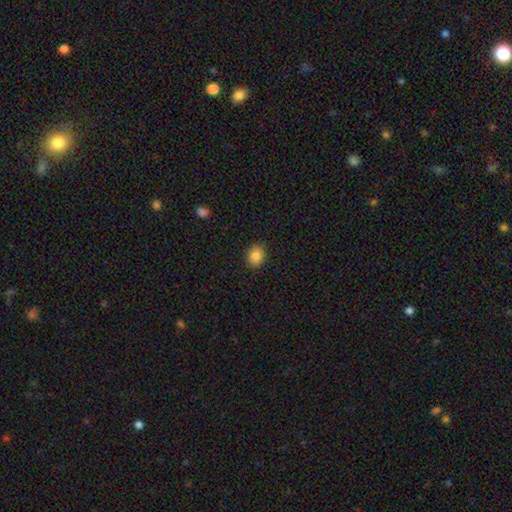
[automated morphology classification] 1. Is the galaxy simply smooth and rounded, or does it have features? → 85% smooth, 9% star or artifact, 6% featured or disk.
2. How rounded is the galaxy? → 56% in between, 43% round, 1% cigar-shaped.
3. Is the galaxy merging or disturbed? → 89% none, 8% minor disturbance, 2% major disturbance, 1% merger.